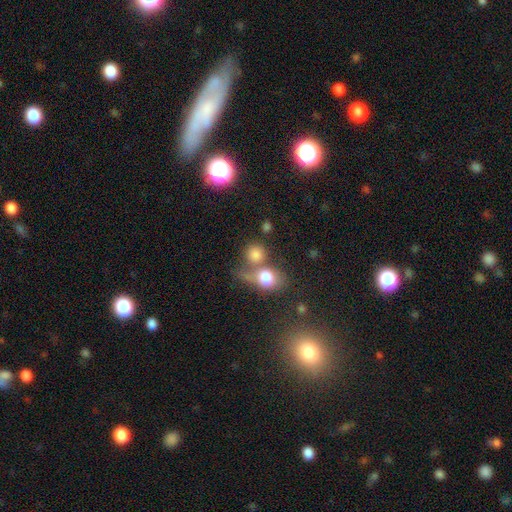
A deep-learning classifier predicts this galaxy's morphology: Overall: smooth (70%). How rounded: round (78%). Merging: none (46%; merger 36%).